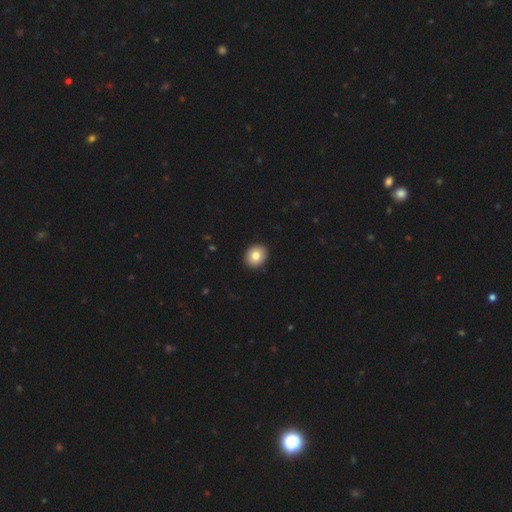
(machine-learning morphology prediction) smooth_or_featured: smooth (p=0.82) [alt: featured or disk p=0.09]
how_rounded: round (p=0.64) [alt: in between p=0.35]
merging: none (p=0.92) [alt: minor disturbance p=0.05]